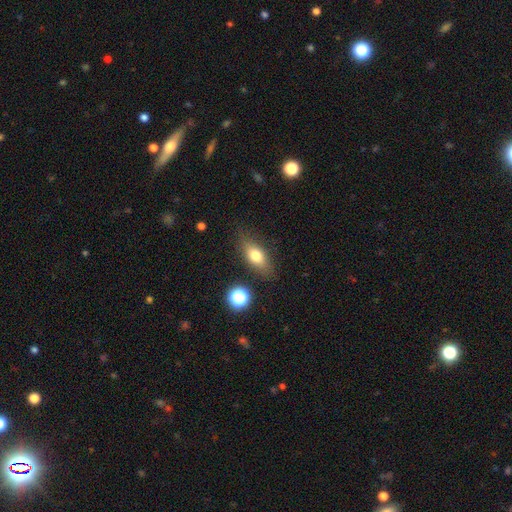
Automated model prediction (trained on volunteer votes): Smooth or featured?
  - smooth: 73% *
  - featured or disk: 18%
  - star or artifact: 10%
How rounded?
  - in between: 75% *
  - cigar-shaped: 15%
  - round: 10%
Merging?
  - none: 78% *
  - minor disturbance: 15%
  - major disturbance: 4%
  - merger: 3%